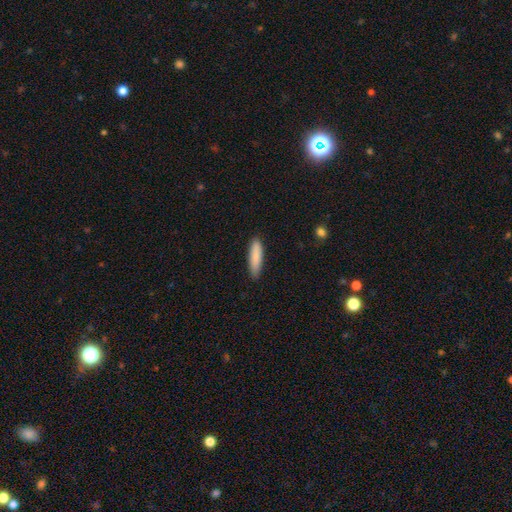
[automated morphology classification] Overall: smooth (87%). How rounded: cigar-shaped (66%; in between 32%). Merging: none (86%).